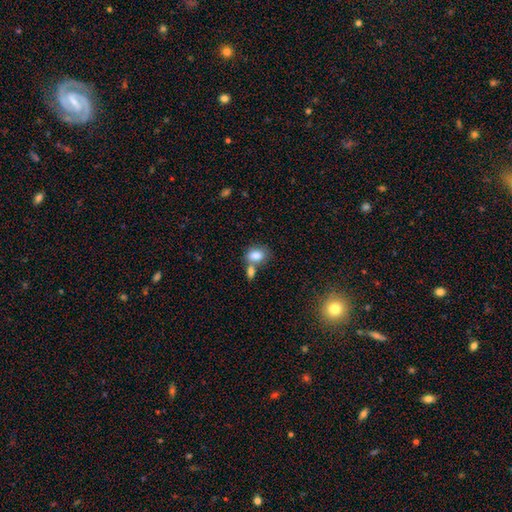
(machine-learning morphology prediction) Overall: smooth (83%). How rounded: in between (79%). Merging: merger (44%; none 40%).